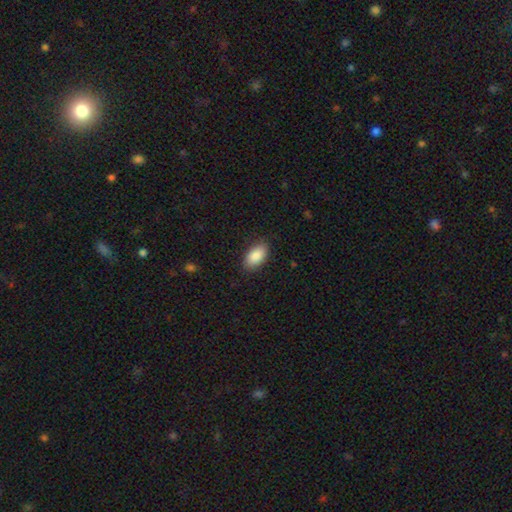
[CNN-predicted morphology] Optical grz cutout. It shows a smooth galaxy with no disk features (88%) that is in between round and cigar-shaped (94%). Merging: none (85%).